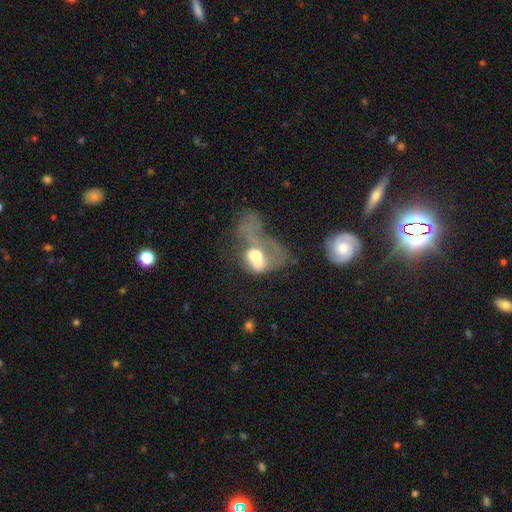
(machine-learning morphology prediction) smooth_or_featured: featured or disk (p=0.46) [alt: smooth p=0.44]
merging: major disturbance (p=0.63) [alt: merger p=0.18]